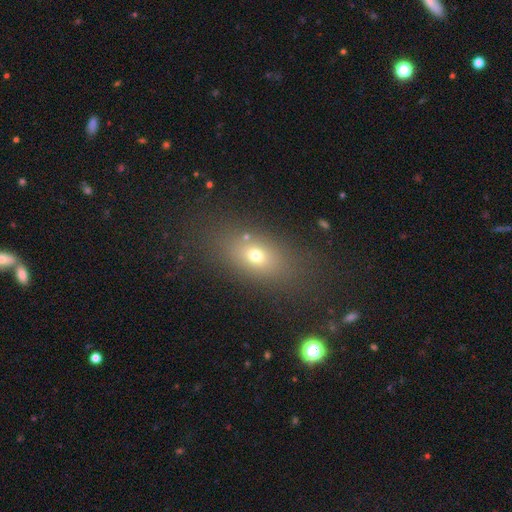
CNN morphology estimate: Smooth or featured? smooth (67%)
How rounded? in between (75%)
Merging? none (78%)